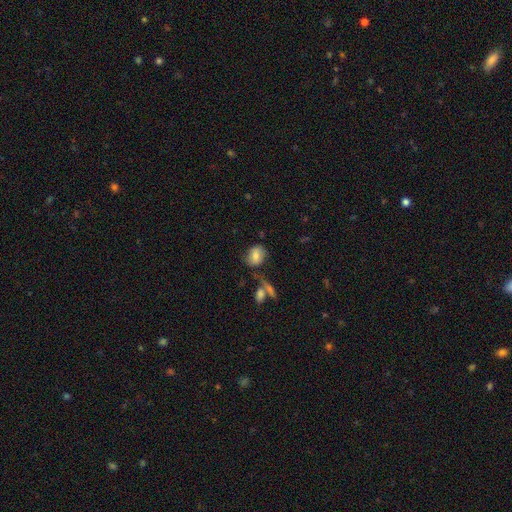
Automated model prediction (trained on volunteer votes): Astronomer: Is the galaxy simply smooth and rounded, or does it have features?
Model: smooth — 74%.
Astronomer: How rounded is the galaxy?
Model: in between — 64%.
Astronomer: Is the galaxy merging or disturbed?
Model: none — 61%.